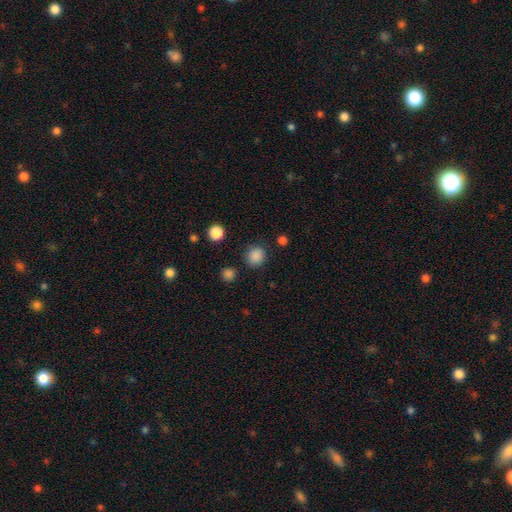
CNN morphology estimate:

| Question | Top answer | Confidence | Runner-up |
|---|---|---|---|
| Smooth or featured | smooth | 86% | star or artifact (12%) |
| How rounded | round | 87% | in between (12%) |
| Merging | none | 87% | minor disturbance (8%) |